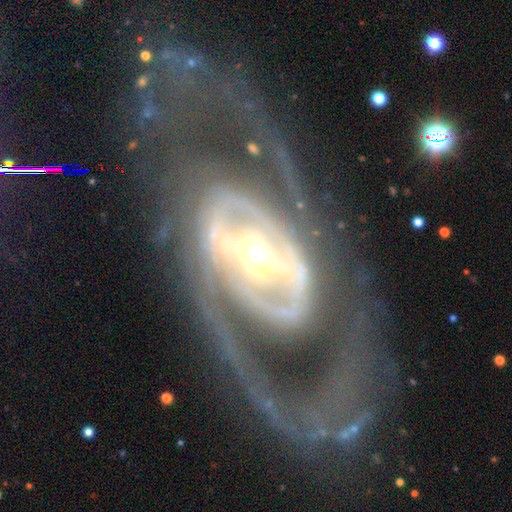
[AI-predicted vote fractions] Morphology: type=featured or disk (88%); edge-on=no (93%); bar=strong (41%); spiral arms=yes (82%); winding=medium (43%); arm count=2 (74%); bulge=moderate (55%); merging=none (64%).